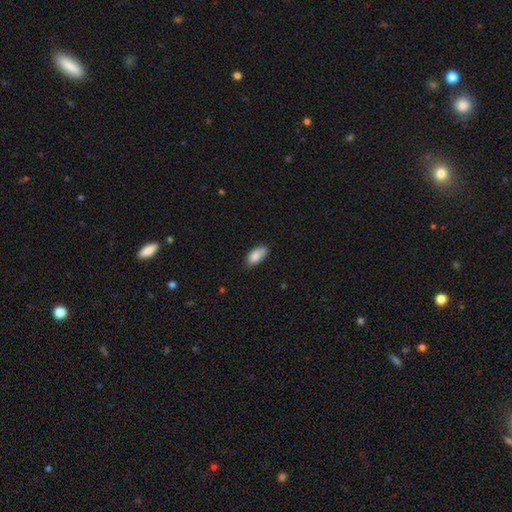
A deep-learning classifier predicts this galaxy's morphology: Smooth or featured? smooth (86%)
How rounded? in between (91%)
Merging? none (78%)